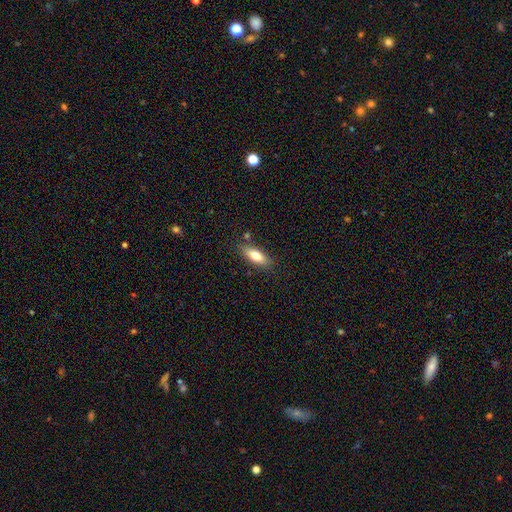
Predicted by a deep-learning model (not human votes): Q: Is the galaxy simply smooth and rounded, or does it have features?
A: smooth — 76%.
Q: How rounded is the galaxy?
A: in between — 67%.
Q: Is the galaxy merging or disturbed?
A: none — 79%.